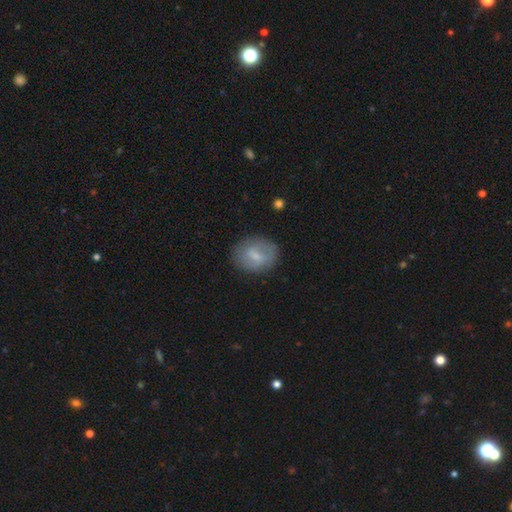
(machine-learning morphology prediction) Smooth or featured? smooth (60%)
How rounded? in between (53%)
Merging? none (77%)